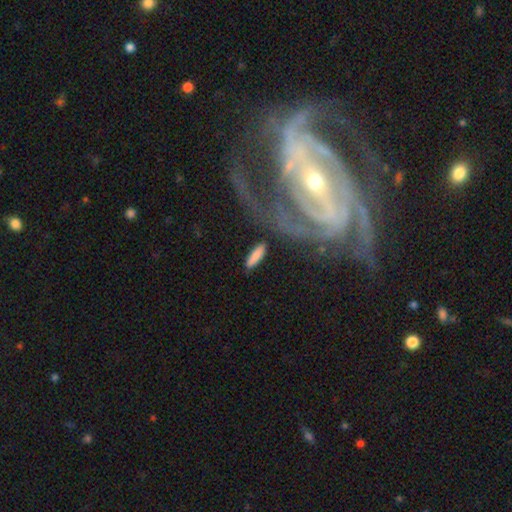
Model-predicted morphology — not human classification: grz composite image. It shows a smooth galaxy with no disk features (83%) that is cigar-shaped (65%). Merging: none (81%).